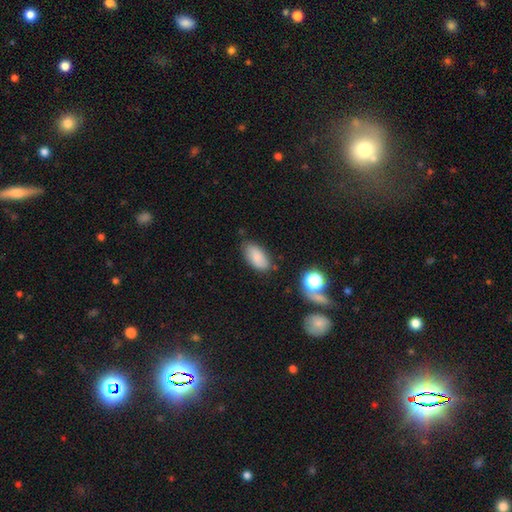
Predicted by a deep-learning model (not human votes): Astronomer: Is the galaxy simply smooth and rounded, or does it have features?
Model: smooth — 83%.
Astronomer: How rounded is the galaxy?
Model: in between — 92%.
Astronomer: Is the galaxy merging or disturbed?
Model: none — 78%.